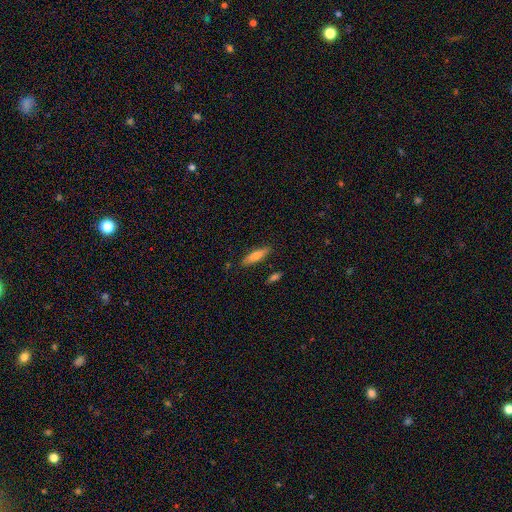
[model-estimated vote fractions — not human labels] smooth_or_featured: smooth (p=0.70) [alt: featured or disk p=0.23]
how_rounded: cigar-shaped (p=0.69) [alt: in between p=0.29]
merging: none (p=0.84) [alt: minor disturbance p=0.10]